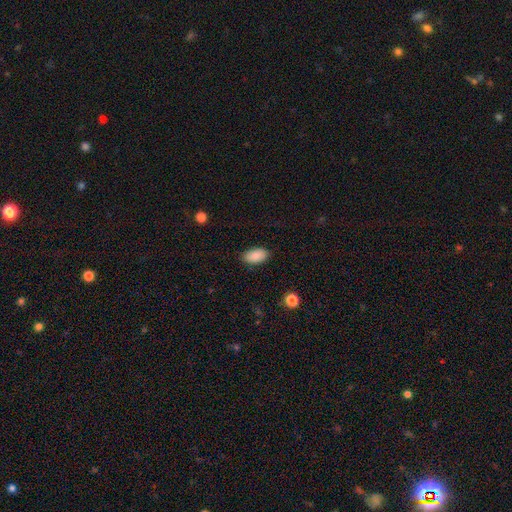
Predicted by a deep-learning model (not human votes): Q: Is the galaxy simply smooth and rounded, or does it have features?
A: smooth — 89%.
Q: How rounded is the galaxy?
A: in between — 94%.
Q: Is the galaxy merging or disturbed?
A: none — 86%.